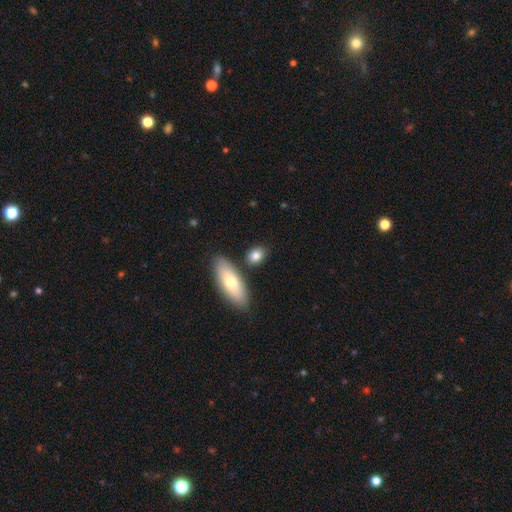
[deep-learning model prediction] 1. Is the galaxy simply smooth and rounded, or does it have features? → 82% smooth, 11% featured or disk, 7% star or artifact.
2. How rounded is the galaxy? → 65% in between, 29% round, 7% cigar-shaped.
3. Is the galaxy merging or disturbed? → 76% none, 11% minor disturbance, 10% merger, 3% major disturbance.